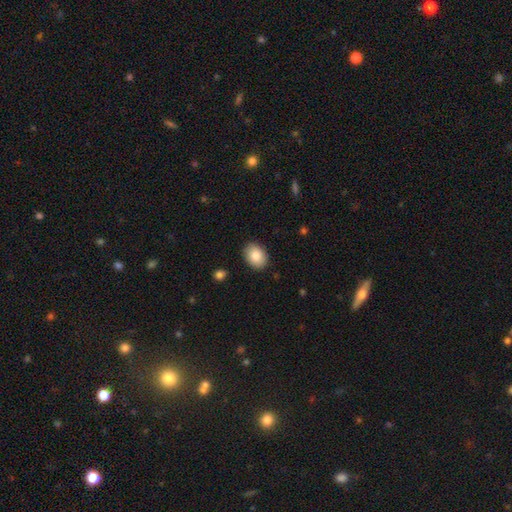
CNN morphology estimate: Smooth or featured? smooth (85%)
How rounded? in between (70%)
Merging? none (89%)